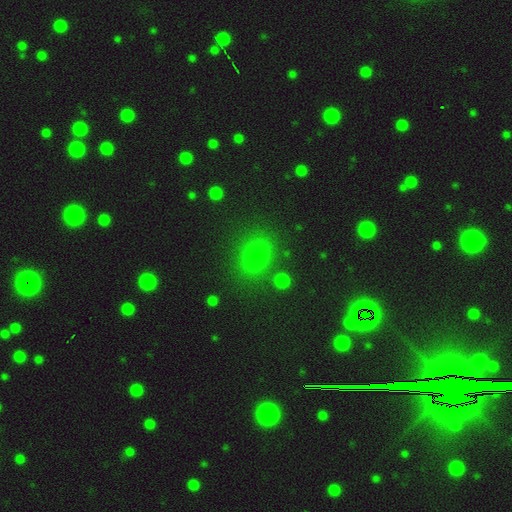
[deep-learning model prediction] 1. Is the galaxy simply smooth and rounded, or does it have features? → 75% smooth, 18% star or artifact, 8% featured or disk.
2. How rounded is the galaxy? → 53% round, 45% in between, 2% cigar-shaped.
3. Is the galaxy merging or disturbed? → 79% none, 11% minor disturbance, 5% merger, 4% major disturbance.